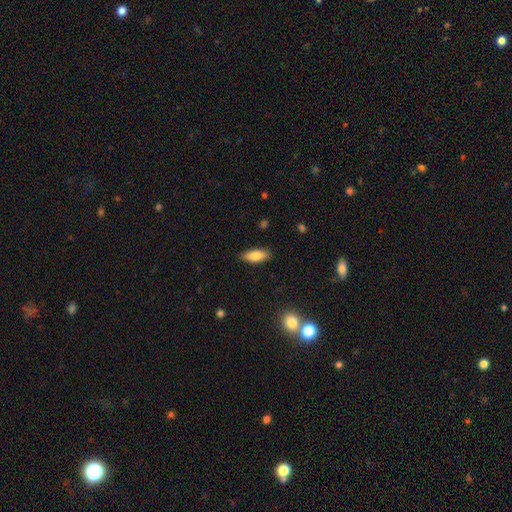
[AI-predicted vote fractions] The model was most divided on "how rounded": in between: 75%, cigar-shaped: 23%, round: 2%. More confident: merging — none (86%); smooth or featured — smooth (82%).